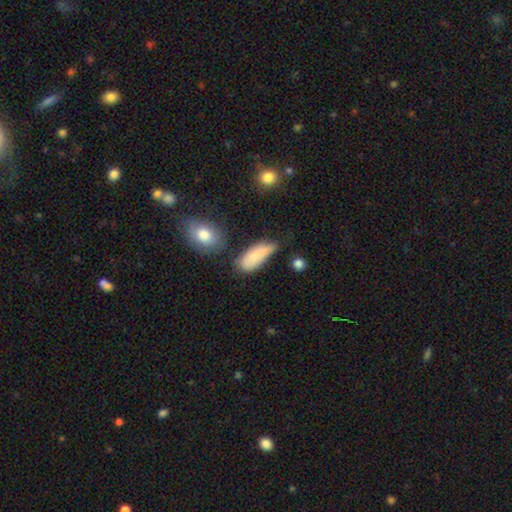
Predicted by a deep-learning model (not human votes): smooth 78%, featured or disk 14%, star or artifact 8%. Down the decision tree: how rounded — in between (75%); merging — none (45%).